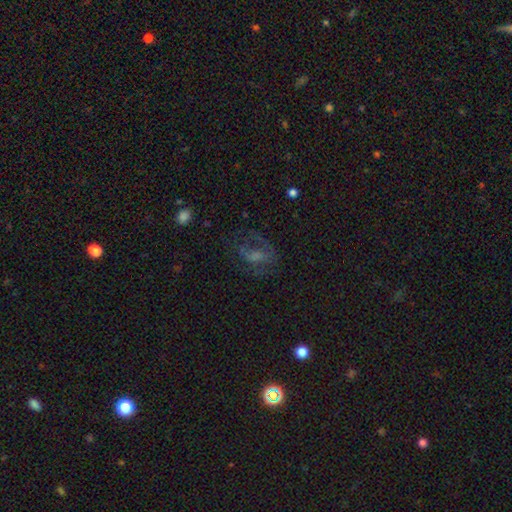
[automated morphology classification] Smooth or featured? featured or disk (47%)
Merging? none (51%)